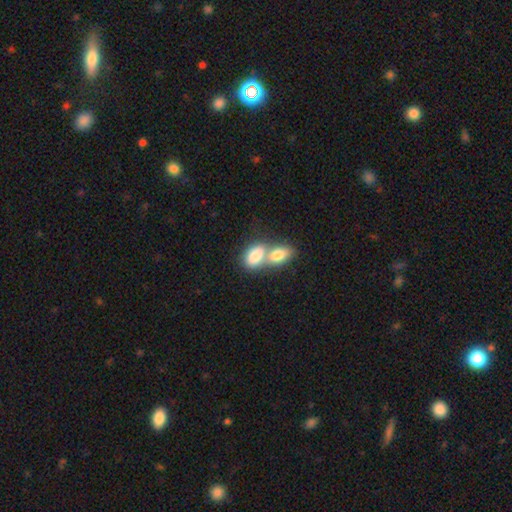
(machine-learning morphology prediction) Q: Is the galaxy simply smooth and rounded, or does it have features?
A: smooth — 81%.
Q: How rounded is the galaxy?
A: in between — 89%.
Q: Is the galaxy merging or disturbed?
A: merger — 69%.